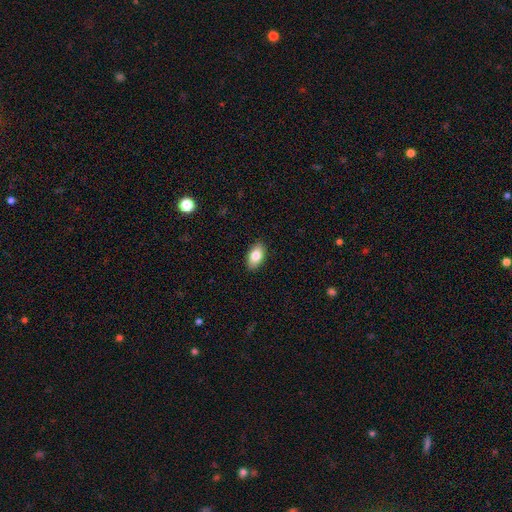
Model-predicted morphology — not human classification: smooth-or-featured: smooth: 83% | featured or disk: 10% | star or artifact: 7%
  how-rounded: in between: 92% | round: 5% | cigar-shaped: 3%
  merging: none: 89% | minor disturbance: 8% | major disturbance: 2% | merger: 1%